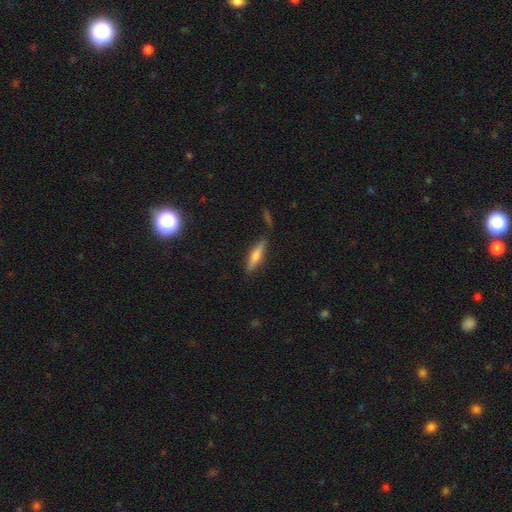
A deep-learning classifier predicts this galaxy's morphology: A smooth galaxy with no disk features (54%) that is cigar-shaped (74%). Merging: none (82%).